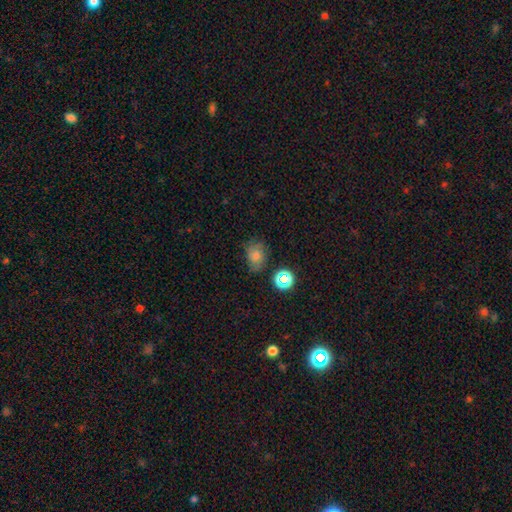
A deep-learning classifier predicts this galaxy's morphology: Smooth or featured? smooth (68%)
How rounded? in between (58%)
Merging? none (62%)